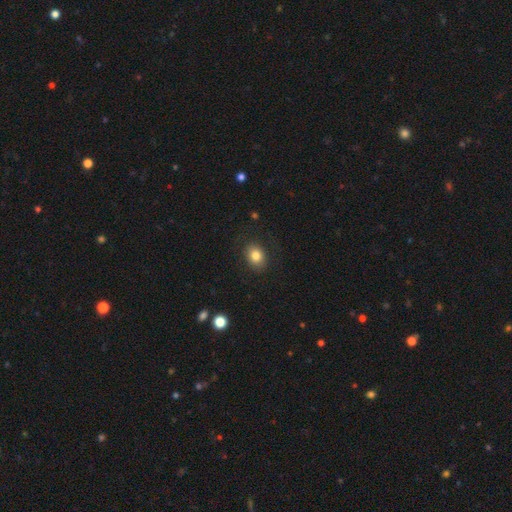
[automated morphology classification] Smooth or featured? smooth (83%)
How rounded? in between (53%)
Merging? none (85%)